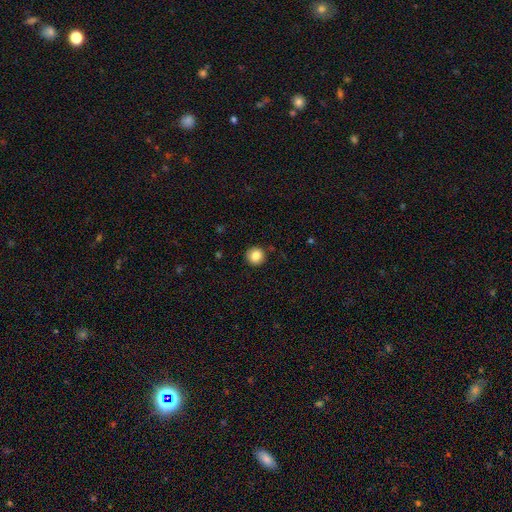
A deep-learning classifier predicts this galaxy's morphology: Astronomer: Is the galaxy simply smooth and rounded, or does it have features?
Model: smooth — 86%.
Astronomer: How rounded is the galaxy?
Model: round — 94%.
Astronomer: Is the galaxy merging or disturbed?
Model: none — 90%.